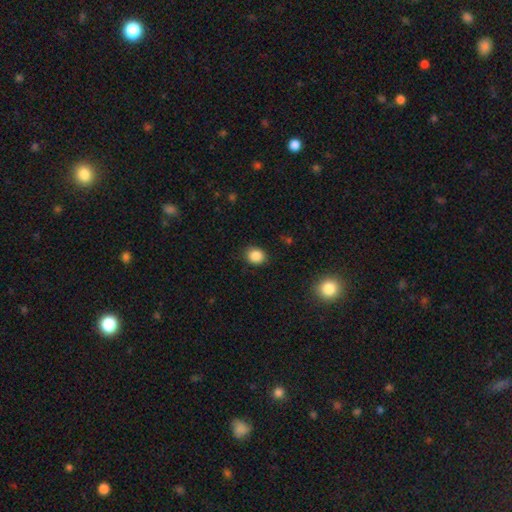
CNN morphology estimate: Smooth or featured?
  - smooth: 87% *
  - star or artifact: 10%
  - featured or disk: 4%
How rounded?
  - round: 65% *
  - in between: 34%
  - cigar-shaped: 1%
Merging?
  - none: 86% *
  - minor disturbance: 10%
  - major disturbance: 3%
  - merger: 1%